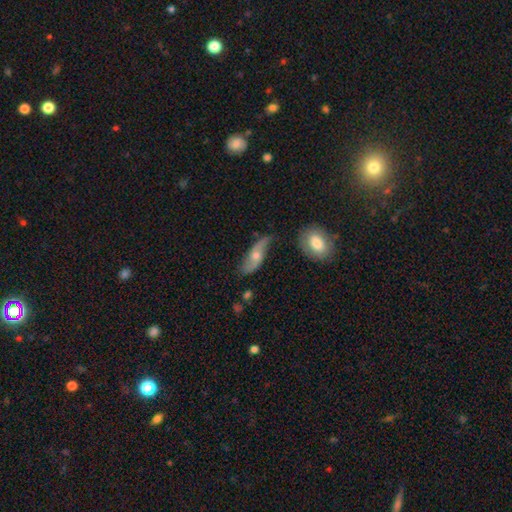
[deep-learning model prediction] The model was most divided on "bulge size": moderate: 59%, small: 32%, large: 5%, none: 3%, dominant: 1%. More confident: spiral arms — yes (86%); edge-on disk — no (83%); bar — no (67%); merging — none (67%); smooth or featured — featured or disk (66%).